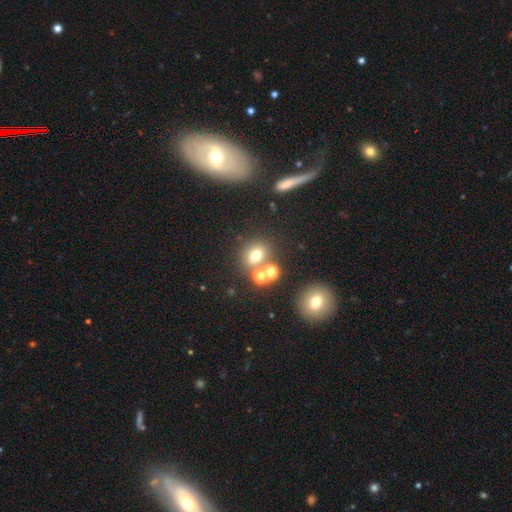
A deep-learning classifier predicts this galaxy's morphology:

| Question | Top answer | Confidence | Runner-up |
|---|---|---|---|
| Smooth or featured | smooth | 64% | star or artifact (22%) |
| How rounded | round | 59% | in between (40%) |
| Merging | none | 62% | merger (23%) |